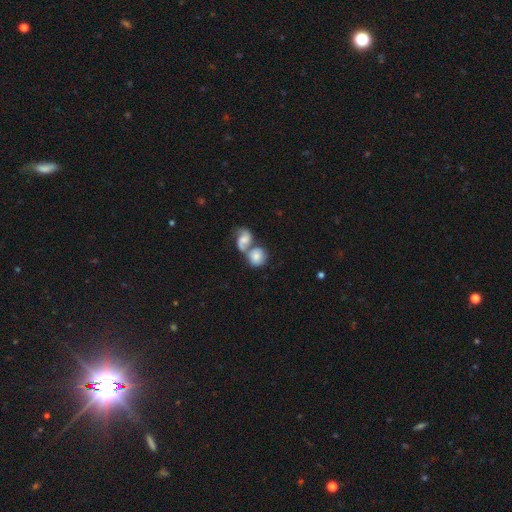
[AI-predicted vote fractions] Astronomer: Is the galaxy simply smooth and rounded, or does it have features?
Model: smooth — 57% (runner-up: featured or disk, 35%).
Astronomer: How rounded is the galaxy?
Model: round — 75%.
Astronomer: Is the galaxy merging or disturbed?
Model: merger — 62%.